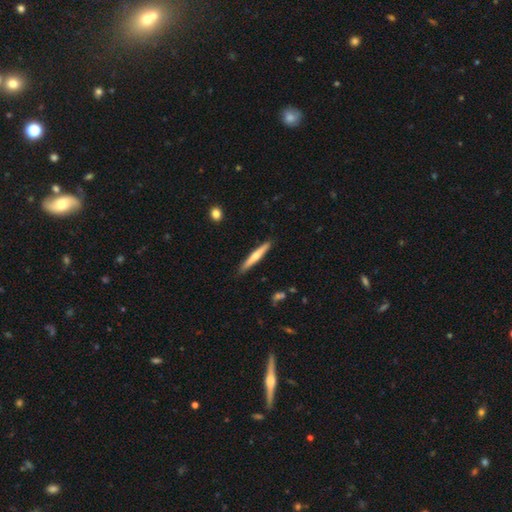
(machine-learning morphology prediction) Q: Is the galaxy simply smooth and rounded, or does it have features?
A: smooth — 49%.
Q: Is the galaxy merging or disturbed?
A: none — 89%.